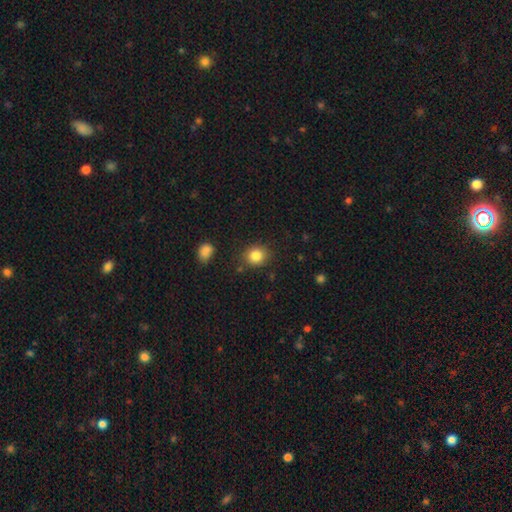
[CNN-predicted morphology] A smooth galaxy with no disk features (84%) that is round (75%).

Vote fractions:
- Smooth or featured? smooth: 84% / star or artifact: 10% / featured or disk: 5%
- How rounded? round: 75% / in between: 24% / cigar-shaped: 1%
- Merging? none: 83% / minor disturbance: 11% / major disturbance: 3% / merger: 3%